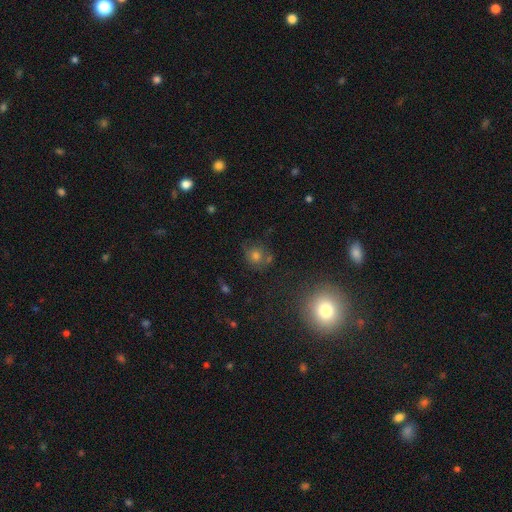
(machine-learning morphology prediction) The model was most divided on "smooth or featured": smooth: 62%, star or artifact: 22%, featured or disk: 16%. More confident: how rounded — round (86%); merging — none (68%).